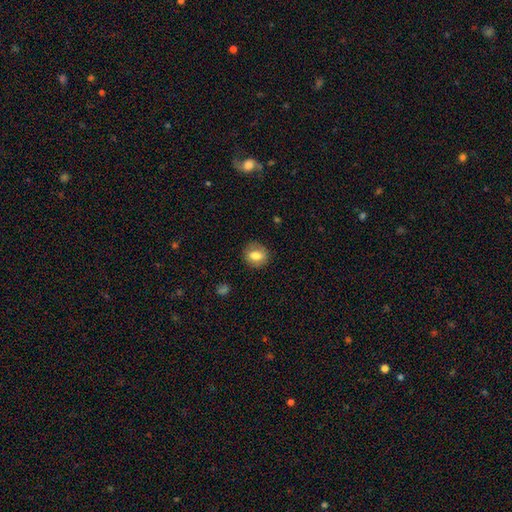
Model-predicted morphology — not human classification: Smooth or featured: smooth — 73% (featured or disk — 18%)
How rounded: round — 67% (in between — 32%)
Merging: none — 84% (minor disturbance — 11%)